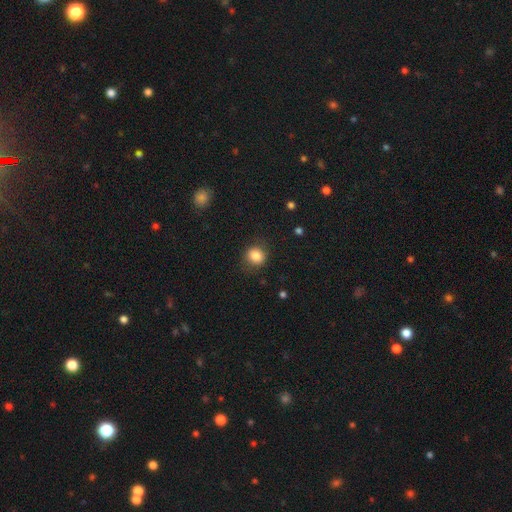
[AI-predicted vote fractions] Smooth or featured? smooth (83%)
How rounded? round (76%)
Merging? none (79%)